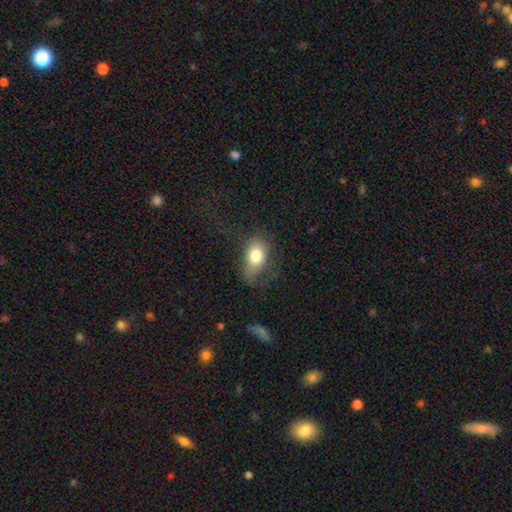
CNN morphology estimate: Q: Smooth or featured?
A: smooth (76%); runner-up: featured or disk (15%)
Q: How rounded?
A: in between (80%); runner-up: round (17%)
Q: Merging?
A: none (45%); runner-up: minor disturbance (29%)